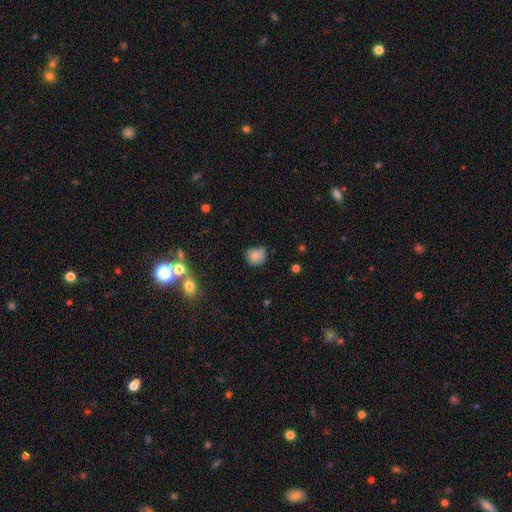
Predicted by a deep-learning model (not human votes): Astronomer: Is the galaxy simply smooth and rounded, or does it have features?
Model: smooth — 77%.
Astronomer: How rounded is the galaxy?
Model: round — 76%.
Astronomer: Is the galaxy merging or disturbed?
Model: none — 60%.